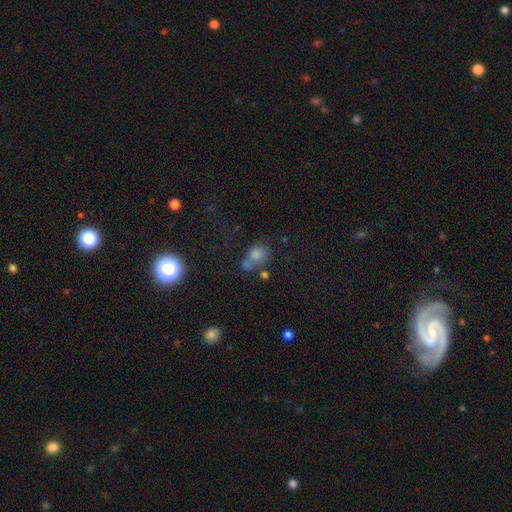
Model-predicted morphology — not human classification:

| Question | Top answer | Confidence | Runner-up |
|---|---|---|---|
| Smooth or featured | smooth | 75% | star or artifact (15%) |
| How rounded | round | 60% | in between (38%) |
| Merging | merger | 38% | none (37%) |